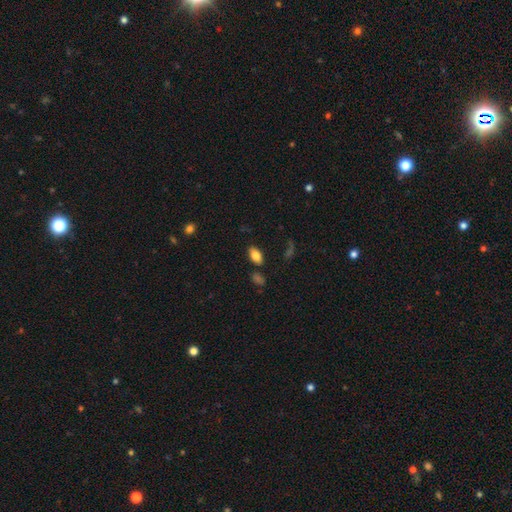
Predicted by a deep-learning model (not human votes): smooth 83%, star or artifact 8%, featured or disk 8%. Down the decision tree: how rounded — in between (92%); merging — none (83%).